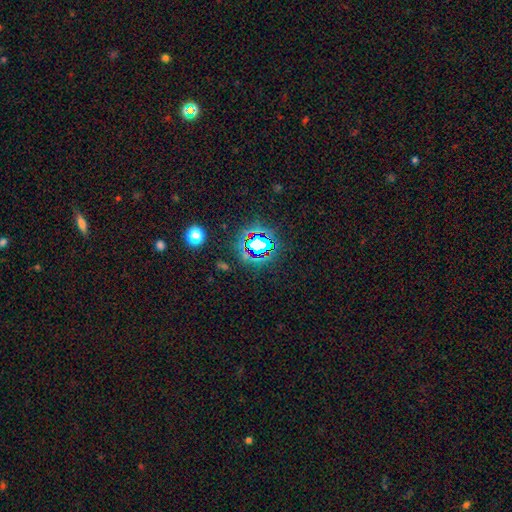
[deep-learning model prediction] The model was most divided on "smooth or featured": star or artifact: 78%, smooth: 14%, featured or disk: 8%.